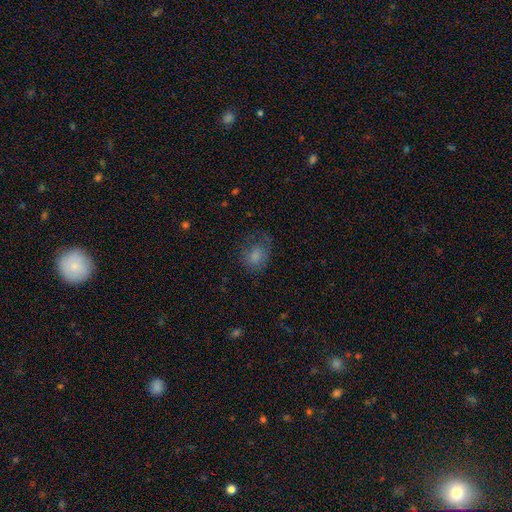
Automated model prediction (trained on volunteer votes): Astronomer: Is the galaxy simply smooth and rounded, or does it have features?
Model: smooth — 72%.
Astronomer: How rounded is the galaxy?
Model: in between — 50% (runner-up: round, 49%).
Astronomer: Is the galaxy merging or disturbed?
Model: none — 49% (runner-up: minor disturbance, 25%).